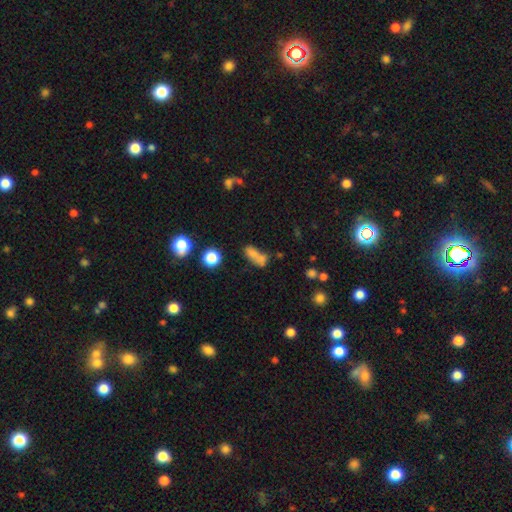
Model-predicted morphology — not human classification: type=smooth (68%); roundness=in between (68%); merging=merger (50%).